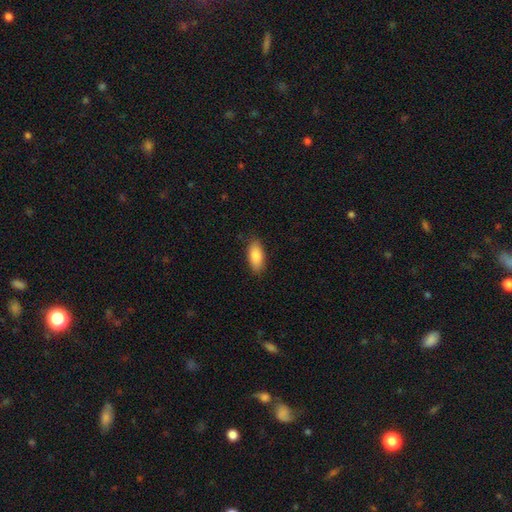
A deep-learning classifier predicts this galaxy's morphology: Overall: smooth (85%). How rounded: in between (85%). Merging: none (87%).